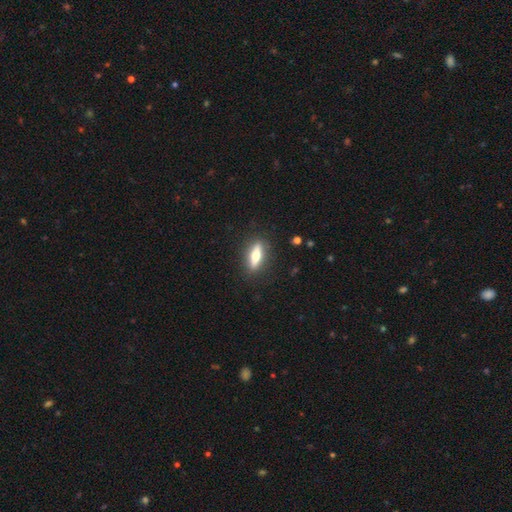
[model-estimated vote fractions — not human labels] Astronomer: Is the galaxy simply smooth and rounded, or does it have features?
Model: smooth — 50% (runner-up: featured or disk, 43%).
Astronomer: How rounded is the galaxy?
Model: cigar-shaped — 50% (runner-up: in between, 47%).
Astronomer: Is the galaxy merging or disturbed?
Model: none — 86%.